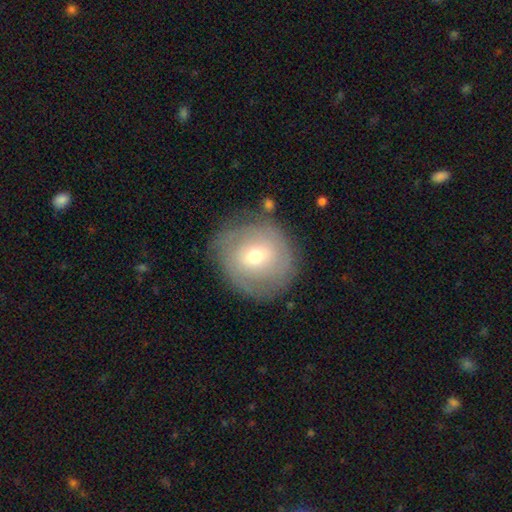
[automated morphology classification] type=smooth (47%); merging=none (74%).